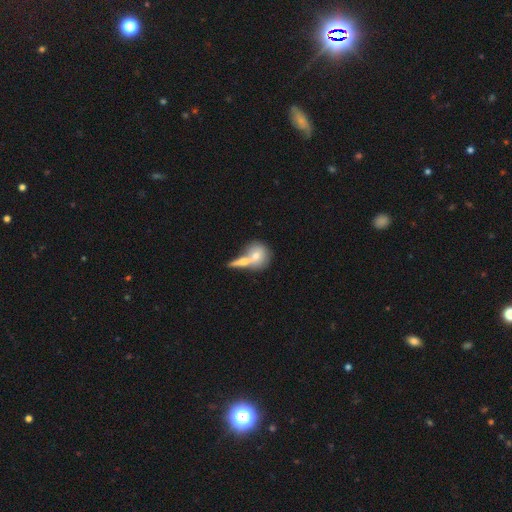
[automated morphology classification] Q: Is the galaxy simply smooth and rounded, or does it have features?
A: smooth — 62%.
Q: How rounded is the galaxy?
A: round — 71%.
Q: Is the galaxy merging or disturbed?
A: merger — 55%.